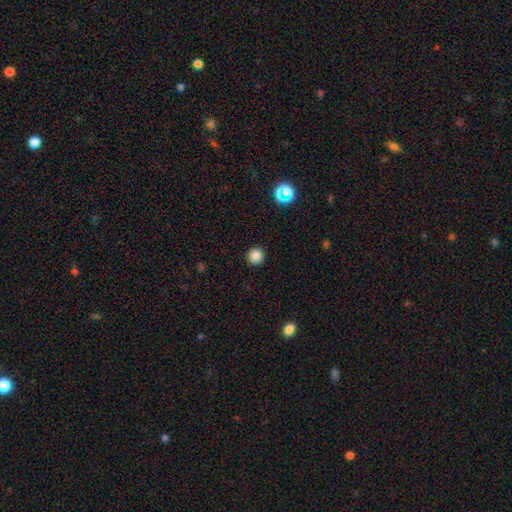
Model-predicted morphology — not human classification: This appears to be a smooth galaxy with no disk features (83%) that is round (95%). Merging: none (92%).